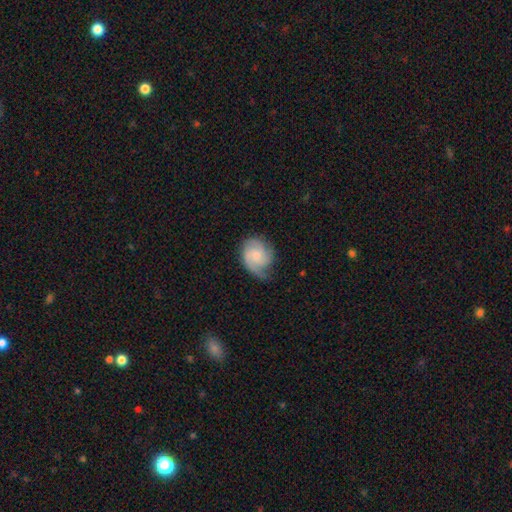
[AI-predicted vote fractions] Q: Smooth or featured?
A: featured or disk (69%); runner-up: smooth (25%)
Q: Edge-on disk?
A: no (98%); runner-up: yes (2%)
Q: Bar?
A: no (71%); runner-up: weak (26%)
Q: Spiral arms?
A: yes (95%); runner-up: no (5%)
Q: Spiral winding?
A: tight (44%); runner-up: medium (42%)
Q: Spiral arm count?
A: 3 (41%); runner-up: 2 (25%)
Q: Bulge size?
A: small (57%); runner-up: moderate (29%)
Q: Merging?
A: none (61%); runner-up: minor disturbance (27%)